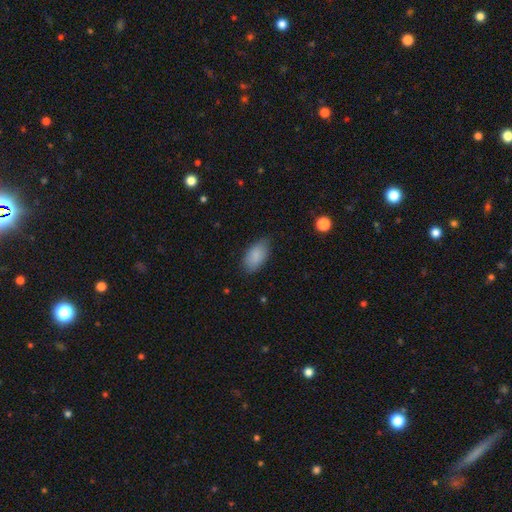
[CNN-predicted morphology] Smooth or featured? Predicted: smooth (p=0.87). How rounded? Predicted: in between (p=0.93). Merging? Predicted: none (p=0.78).